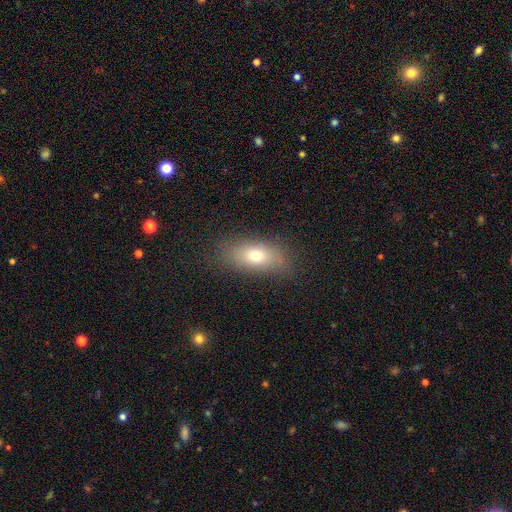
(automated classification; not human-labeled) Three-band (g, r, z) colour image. It shows a smooth galaxy with no disk features (71%) that is in between round and cigar-shaped (80%). Merging: none (81%).